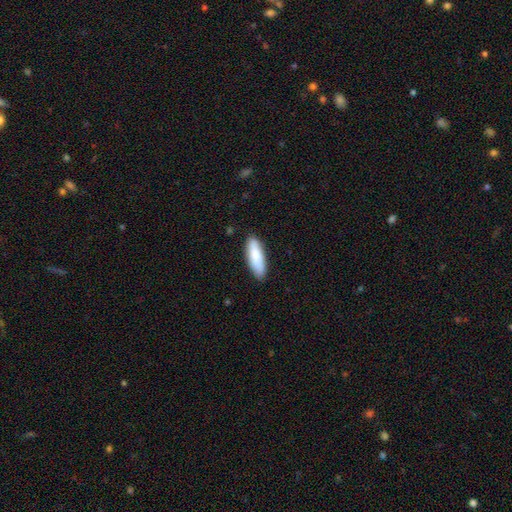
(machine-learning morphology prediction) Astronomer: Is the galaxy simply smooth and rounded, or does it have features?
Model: smooth — 85%.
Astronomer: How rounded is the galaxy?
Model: in between — 53% (runner-up: cigar-shaped, 46%).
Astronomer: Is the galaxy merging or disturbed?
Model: none — 85%.